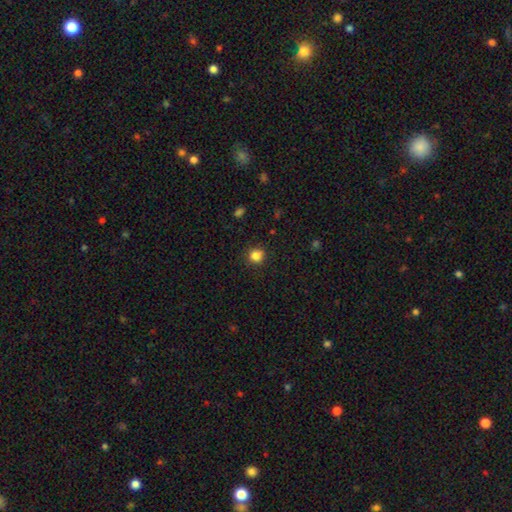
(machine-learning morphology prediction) This appears to be a smooth galaxy with no disk features (84%) that is round (91%). Merging: none (90%).